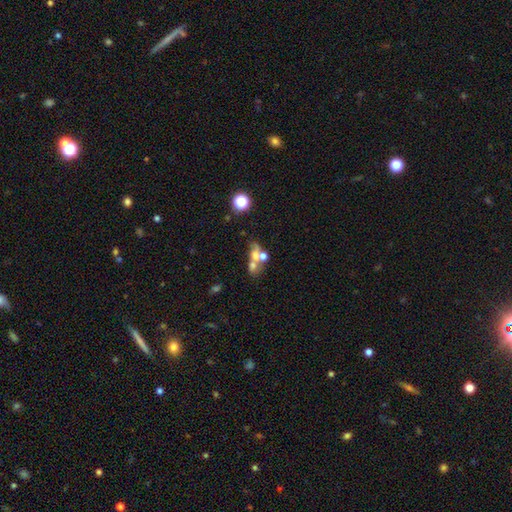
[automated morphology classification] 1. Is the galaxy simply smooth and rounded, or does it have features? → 50% smooth, 33% featured or disk, 17% star or artifact.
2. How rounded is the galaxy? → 51% in between, 43% round, 7% cigar-shaped.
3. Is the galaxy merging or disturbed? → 57% merger, 25% none, 9% major disturbance, 8% minor disturbance.